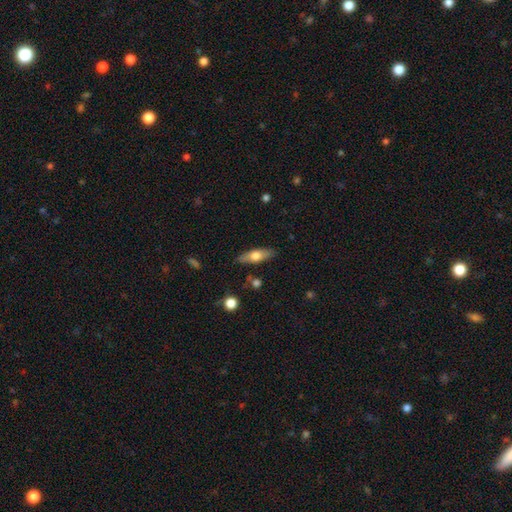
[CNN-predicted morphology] This appears to be a smooth galaxy with no disk features (62%) that is in between round and cigar-shaped (54%). Merging: none (85%).